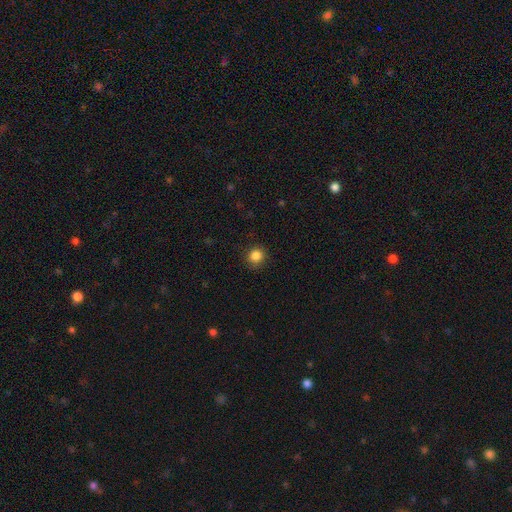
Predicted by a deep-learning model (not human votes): Q: Smooth or featured?
A: smooth (85%); runner-up: star or artifact (11%)
Q: How rounded?
A: round (90%); runner-up: in between (9%)
Q: Merging?
A: none (88%); runner-up: minor disturbance (8%)